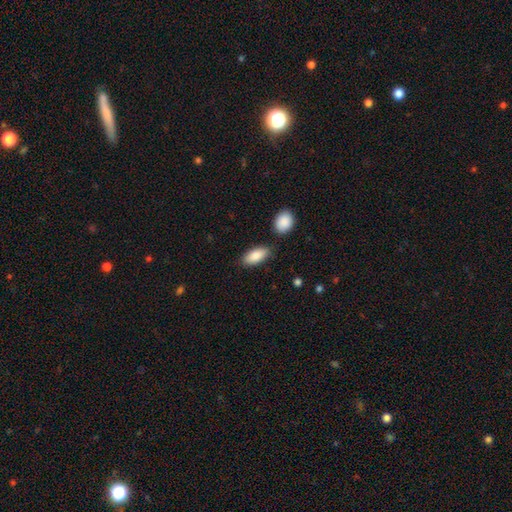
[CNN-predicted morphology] This is clearly a smooth galaxy (87%). How rounded: clearly in between (89%). Merging: likely none (77%).